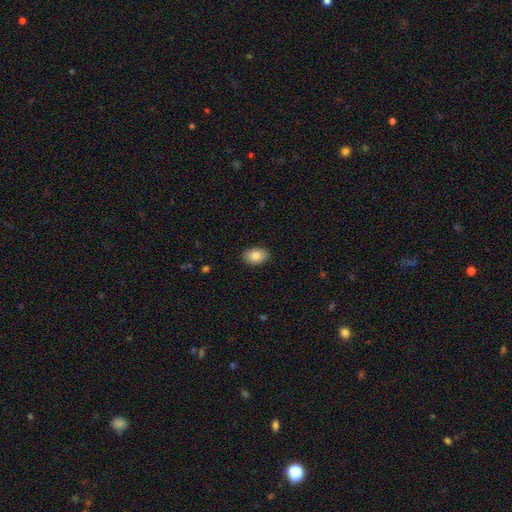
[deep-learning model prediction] A smooth galaxy with no disk features (86%) that is in between round and cigar-shaped (83%).

Vote fractions:
- Smooth or featured? smooth: 86% / star or artifact: 7% / featured or disk: 7%
- How rounded? in between: 83% / round: 16% / cigar-shaped: 1%
- Merging? none: 89% / minor disturbance: 8% / major disturbance: 2% / merger: 1%